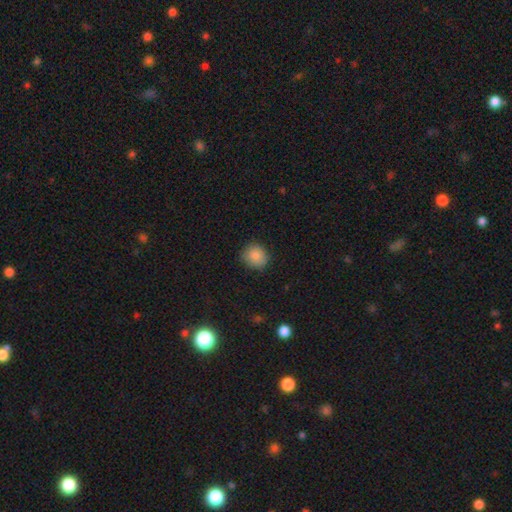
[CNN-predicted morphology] smooth_or_featured: smooth (p=0.87) [alt: star or artifact p=0.09]
how_rounded: round (p=0.83) [alt: in between p=0.16]
merging: none (p=0.84) [alt: minor disturbance p=0.12]